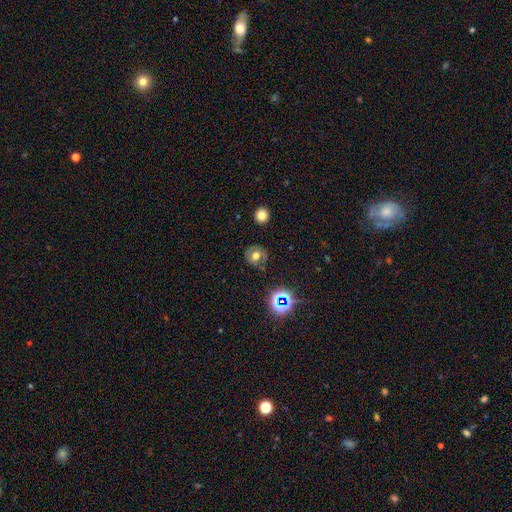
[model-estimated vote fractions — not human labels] smooth 52%, featured or disk 29%, star or artifact 19%. Down the decision tree: how rounded — round (81%); merging — none (78%).